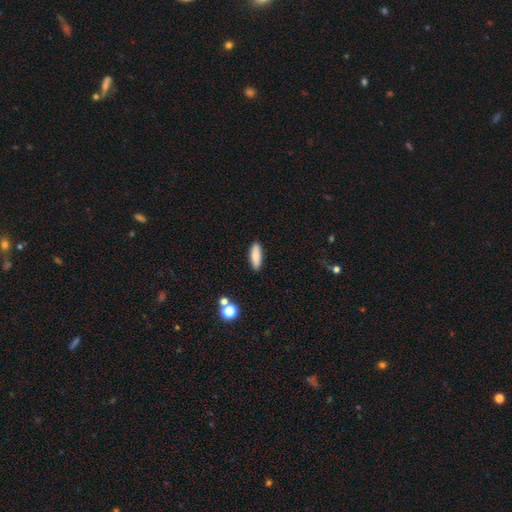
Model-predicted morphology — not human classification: smooth 82%, featured or disk 11%, star or artifact 7%. Down the decision tree: how rounded — cigar-shaped (50%); merging — none (89%).